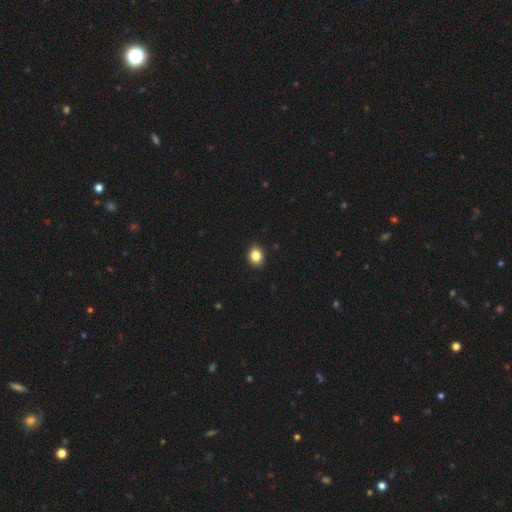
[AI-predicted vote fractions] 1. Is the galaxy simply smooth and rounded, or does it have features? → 85% smooth, 10% star or artifact, 5% featured or disk.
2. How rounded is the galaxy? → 53% round, 46% in between, 1% cigar-shaped.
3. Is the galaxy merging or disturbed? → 92% none, 6% minor disturbance, 2% major disturbance, 1% merger.